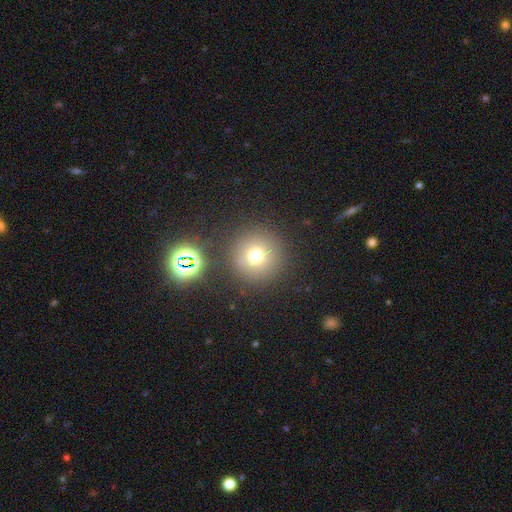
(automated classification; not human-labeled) smooth 70%, star or artifact 20%, featured or disk 10%. Down the decision tree: how rounded — round (95%); merging — none (83%).